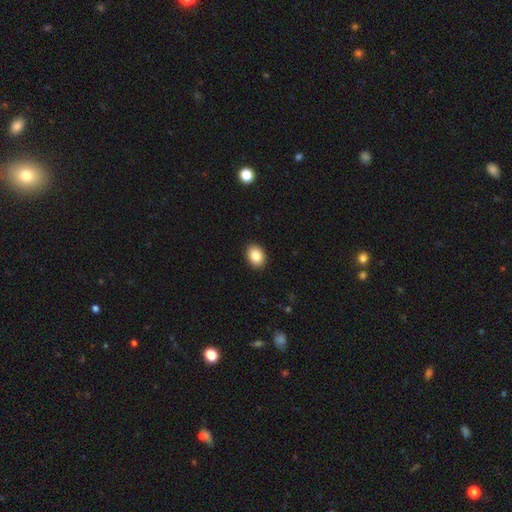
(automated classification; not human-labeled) The model was most divided on "how rounded": in between: 67%, round: 32%, cigar-shaped: 1%. More confident: merging — none (91%); smooth or featured — smooth (85%).